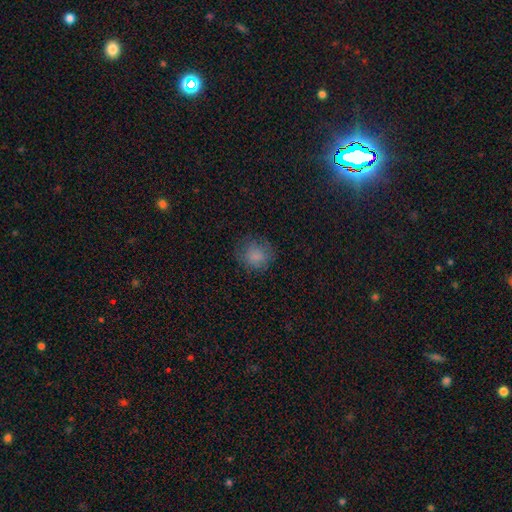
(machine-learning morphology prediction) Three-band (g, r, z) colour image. It shows a smooth galaxy with no disk features (81%) that is round (83%). Merging: none (75%).